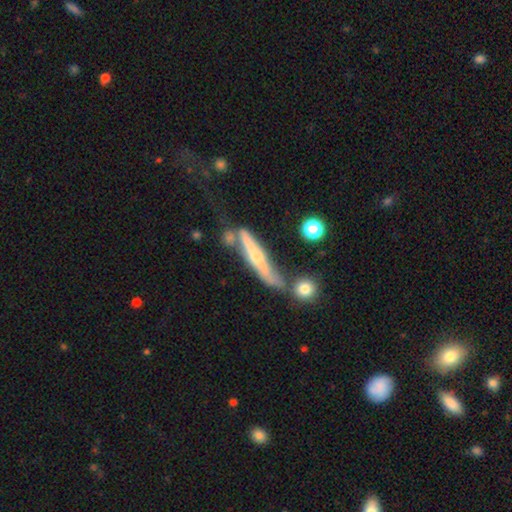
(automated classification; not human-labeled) Overall: featured or disk (60%; smooth 33%). Edge-on disk: yes (84%). Edge-on bulge: rounded (73%). Merging: none (44%; minor disturbance 22%).